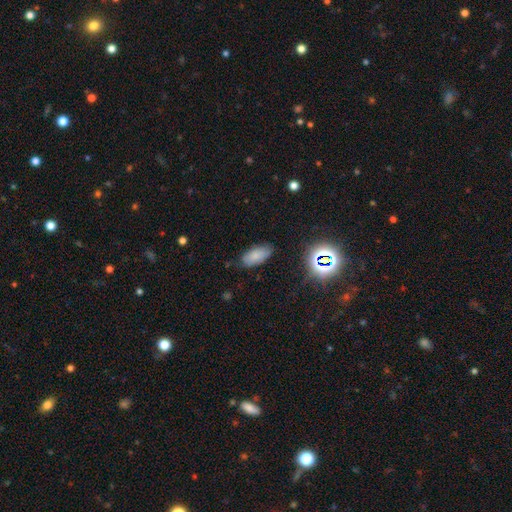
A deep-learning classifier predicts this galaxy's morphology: Q: Smooth or featured?
A: smooth (77%); runner-up: star or artifact (13%)
Q: How rounded?
A: in between (91%); runner-up: cigar-shaped (5%)
Q: Merging?
A: none (77%); runner-up: minor disturbance (17%)